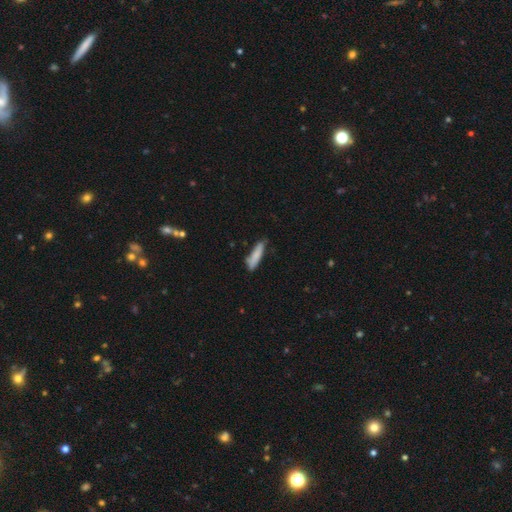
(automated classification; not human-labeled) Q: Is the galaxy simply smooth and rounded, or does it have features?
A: smooth — 81%.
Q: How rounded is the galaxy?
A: cigar-shaped — 75%.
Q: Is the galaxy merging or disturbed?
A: none — 66%.